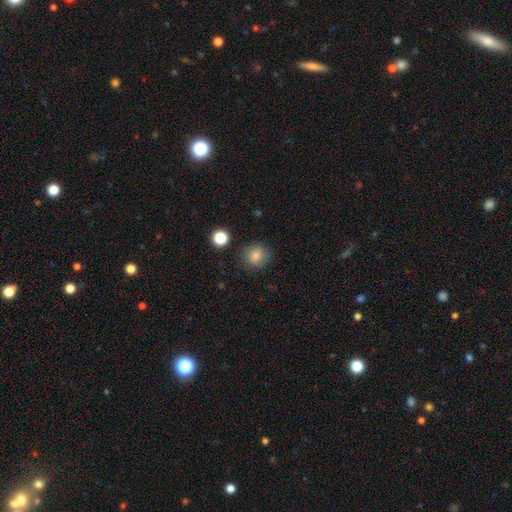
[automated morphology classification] Overall: smooth (82%). How rounded: round (87%). Merging: none (84%).